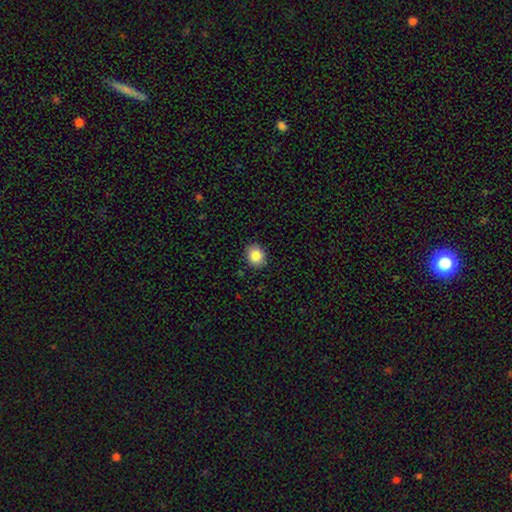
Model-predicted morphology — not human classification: Smooth or featured? smooth (86%)
How rounded? round (64%)
Merging? none (89%)